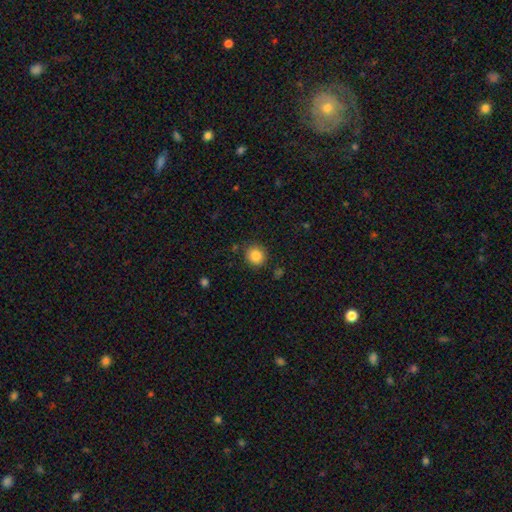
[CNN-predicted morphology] Q: Smooth or featured?
A: smooth (85%); runner-up: star or artifact (10%)
Q: How rounded?
A: round (90%); runner-up: in between (9%)
Q: Merging?
A: none (87%); runner-up: minor disturbance (8%)